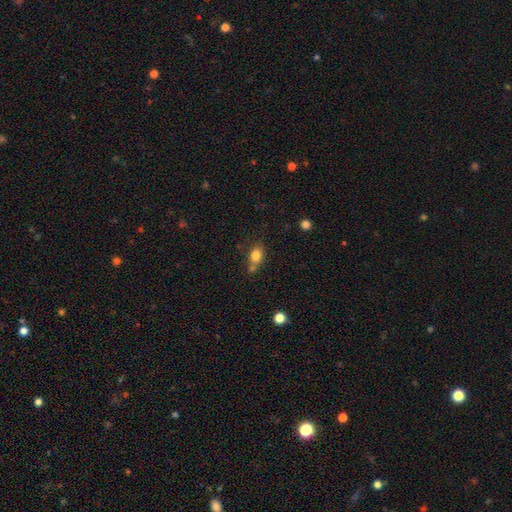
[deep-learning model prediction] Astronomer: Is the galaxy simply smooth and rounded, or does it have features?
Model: smooth — 80%.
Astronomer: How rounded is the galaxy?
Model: in between — 68%.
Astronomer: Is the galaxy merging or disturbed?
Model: none — 58%.